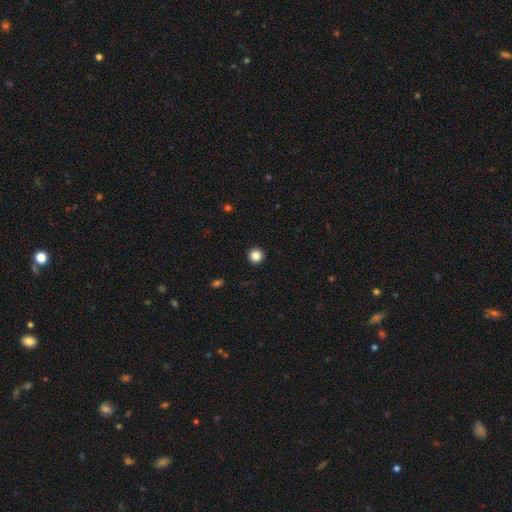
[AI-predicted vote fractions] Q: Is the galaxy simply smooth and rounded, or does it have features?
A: smooth — 86%.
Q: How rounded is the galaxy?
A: round — 96%.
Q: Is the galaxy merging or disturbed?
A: none — 94%.